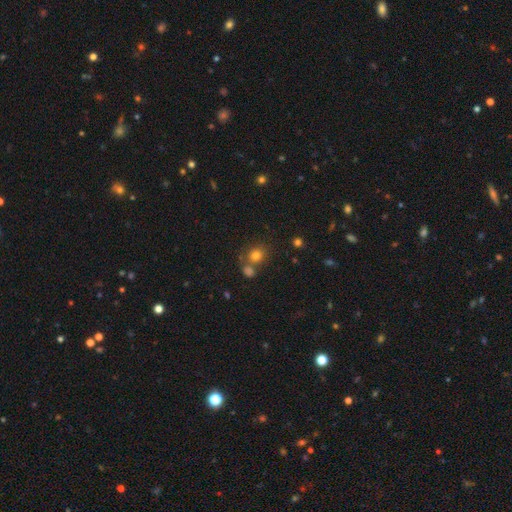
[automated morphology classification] smooth-or-featured: smooth: 78% | star or artifact: 14% | featured or disk: 8%
  how-rounded: round: 78% | in between: 21% | cigar-shaped: 1%
  merging: none: 62% | merger: 22% | minor disturbance: 11% | major disturbance: 4%